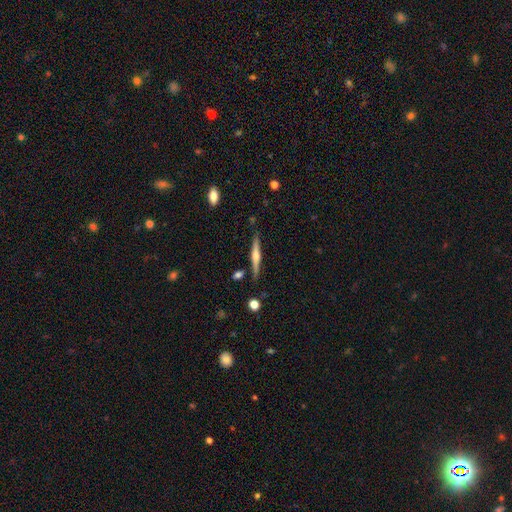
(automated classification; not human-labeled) Overall: featured or disk (70%). Edge-on disk: yes (98%). Edge-on bulge: rounded (85%). Merging: none (86%).